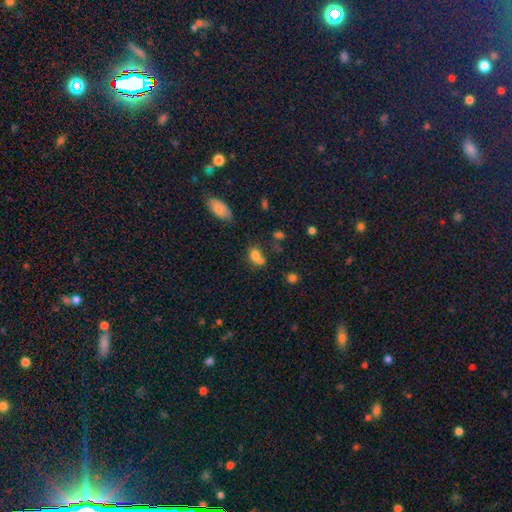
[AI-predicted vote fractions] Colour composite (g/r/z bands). It shows a smooth galaxy with no disk features (73%) that is in between round and cigar-shaped (57%). Merging: merger (45%).